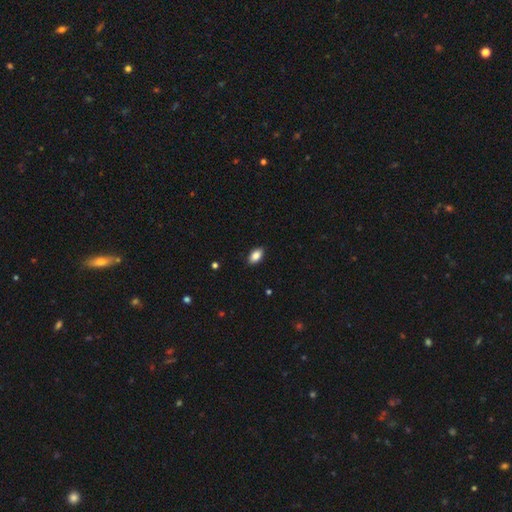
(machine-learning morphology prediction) This is clearly a smooth galaxy (86%). How rounded: clearly in between (91%). Merging: clearly none (89%).